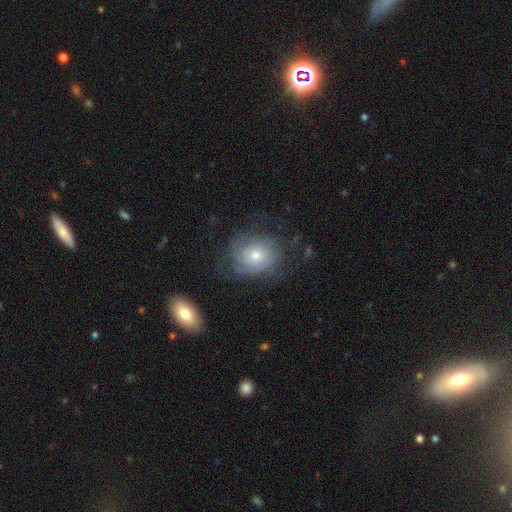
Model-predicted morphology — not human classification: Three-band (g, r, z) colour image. It shows a featured or disk galaxy (45%). Merging: none (58%).